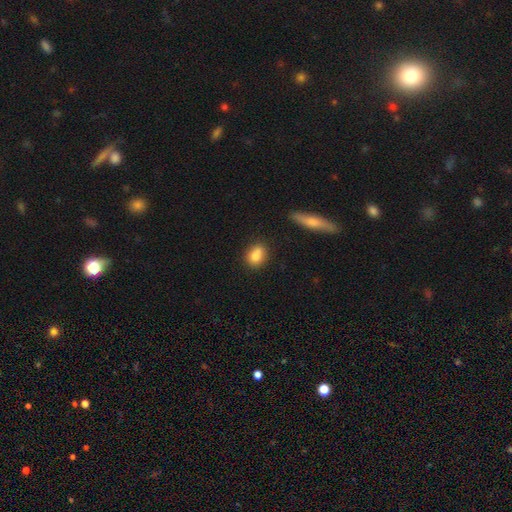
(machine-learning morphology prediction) Smooth or featured? Predicted: smooth (p=0.79). How rounded? Predicted: in between (p=0.57). Merging? Predicted: none (p=0.60).